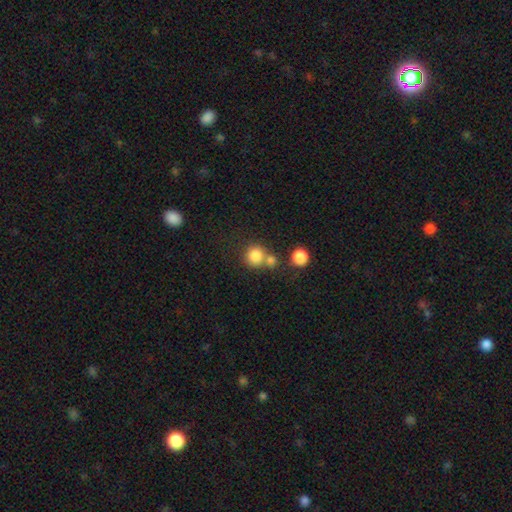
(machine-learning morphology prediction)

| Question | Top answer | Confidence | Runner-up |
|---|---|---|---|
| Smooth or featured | smooth | 83% | star or artifact (11%) |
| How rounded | round | 88% | in between (11%) |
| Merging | none | 55% | merger (32%) |